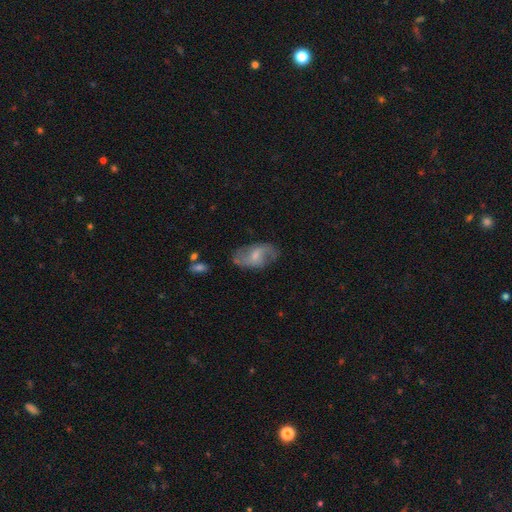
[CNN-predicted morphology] type=featured or disk (58%); edge-on=no (95%); bar=weak (54%); spiral arms=yes (80%); bulge=small (40%); merging=none (67%).